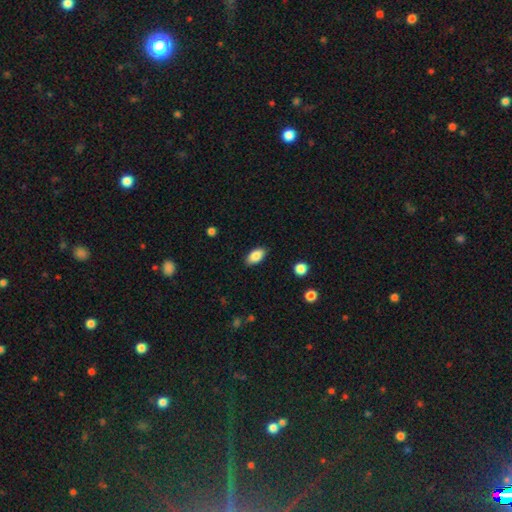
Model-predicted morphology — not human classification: Smooth or featured?
  - smooth: 87% *
  - star or artifact: 7%
  - featured or disk: 6%
How rounded?
  - in between: 93% *
  - round: 4%
  - cigar-shaped: 3%
Merging?
  - none: 87% *
  - minor disturbance: 9%
  - major disturbance: 2%
  - merger: 1%